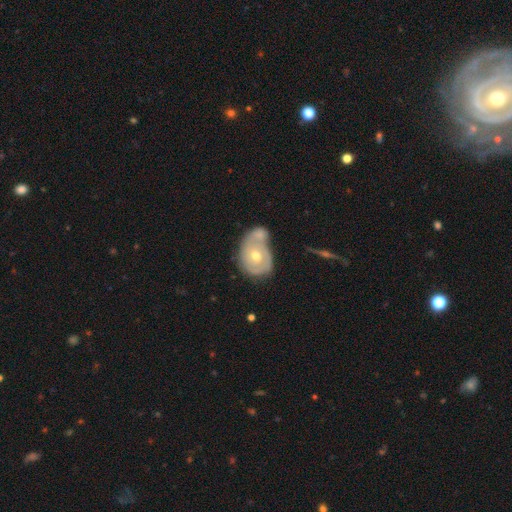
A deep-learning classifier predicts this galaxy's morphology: smooth_or_featured: featured or disk (p=0.60) [alt: smooth p=0.33]
disk_edge_on: no (p=0.95) [alt: yes p=0.05]
bar: no (p=0.81) [alt: weak p=0.15]
has_spiral_arms: yes (p=0.55) [alt: no p=0.45]
bulge_size: moderate (p=0.67) [alt: small p=0.29]
merging: merger (p=0.54) [alt: none p=0.26]